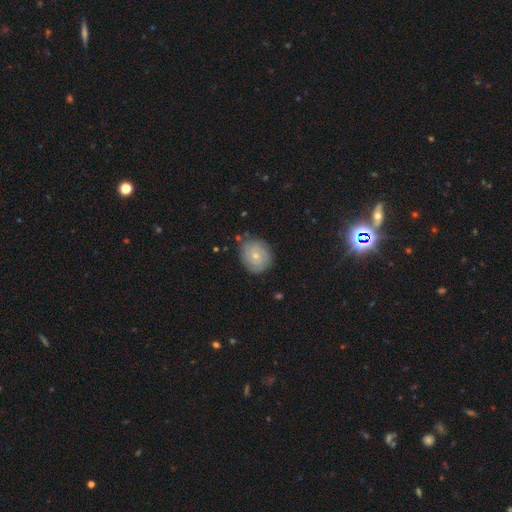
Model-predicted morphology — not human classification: Overall: featured or disk (64%; smooth 29%). Edge-on disk: no (97%). Bar: no (72%). Spiral arms: yes (89%). Spiral arm count: can't tell (33%; 2 29%). Spiral winding: tight (71%). Bulge size: small (63%; moderate 33%). Merging: none (78%).